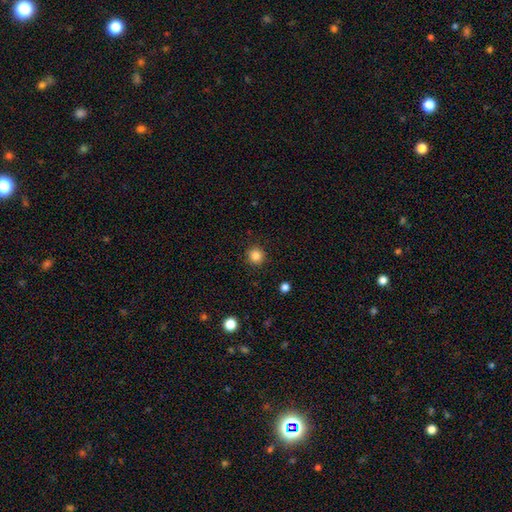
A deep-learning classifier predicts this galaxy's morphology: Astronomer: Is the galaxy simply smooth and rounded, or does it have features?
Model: smooth — 84%.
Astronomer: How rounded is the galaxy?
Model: round — 94%.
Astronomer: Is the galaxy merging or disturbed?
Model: none — 91%.